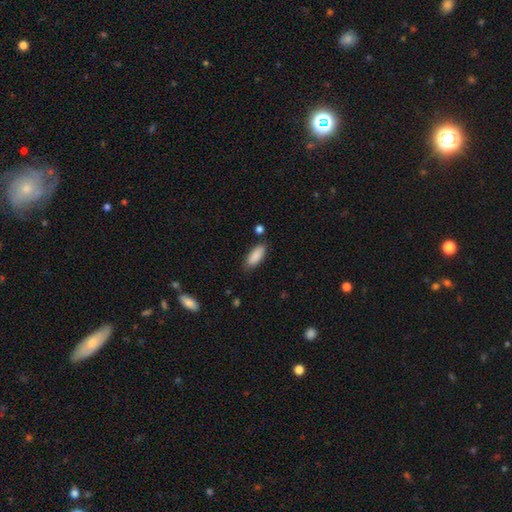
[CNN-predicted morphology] smooth 89%, star or artifact 6%, featured or disk 5%. Down the decision tree: how rounded — in between (77%); merging — none (80%).